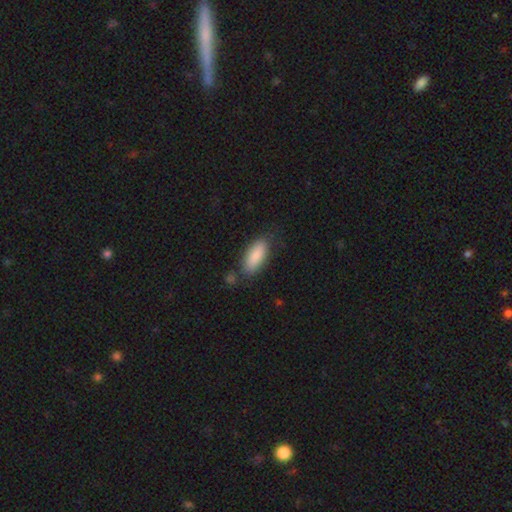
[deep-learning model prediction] A smooth galaxy with no disk features (87%) that is in between round and cigar-shaped (80%). Merging: none (75%).